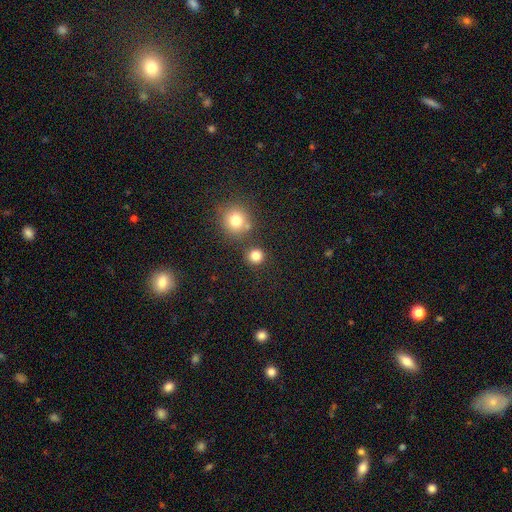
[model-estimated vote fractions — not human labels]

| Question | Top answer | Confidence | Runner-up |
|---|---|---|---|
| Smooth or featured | smooth | 81% | star or artifact (14%) |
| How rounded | round | 93% | in between (7%) |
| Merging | none | 83% | merger (8%) |